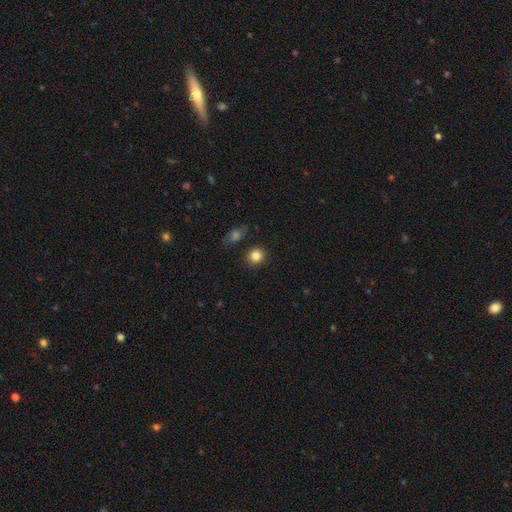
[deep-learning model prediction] Overall: smooth (84%). How rounded: round (89%). Merging: none (86%).